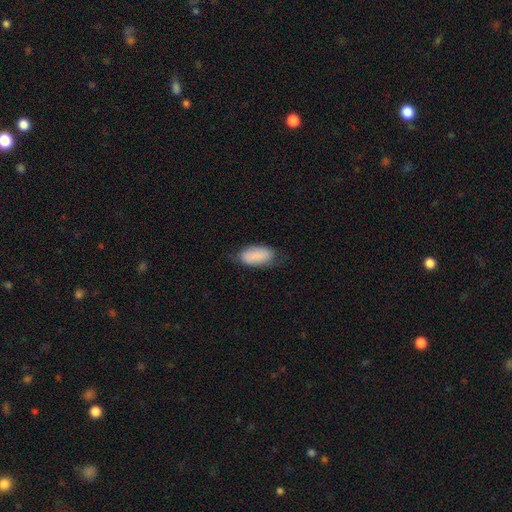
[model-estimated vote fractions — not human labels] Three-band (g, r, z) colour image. It shows a smooth galaxy with no disk features (86%) that is in between round and cigar-shaped (92%). Merging: none (66%).